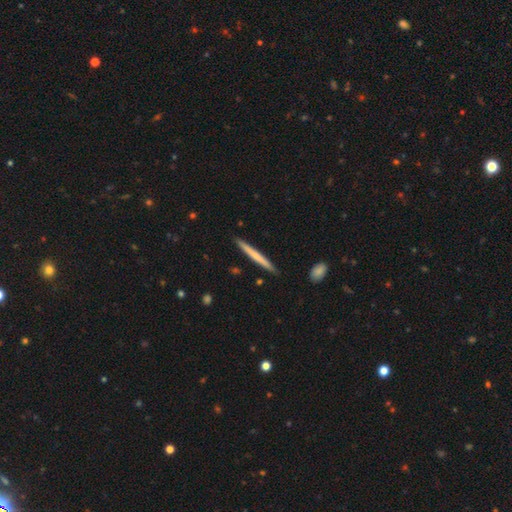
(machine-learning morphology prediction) Overall: smooth (57%; featured or disk 38%). How rounded: cigar-shaped (97%). Merging: none (90%).